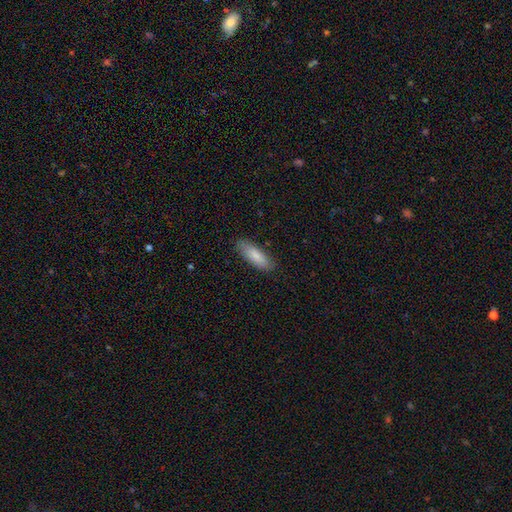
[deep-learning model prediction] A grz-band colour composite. It shows a smooth galaxy with no disk features (84%) that is in between round and cigar-shaped (60%). Merging: none (85%).